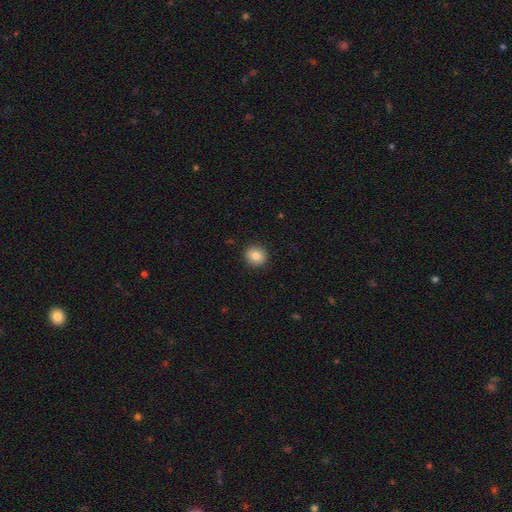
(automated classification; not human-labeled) Morphology: type=smooth (84%); roundness=round (85%); merging=none (91%).